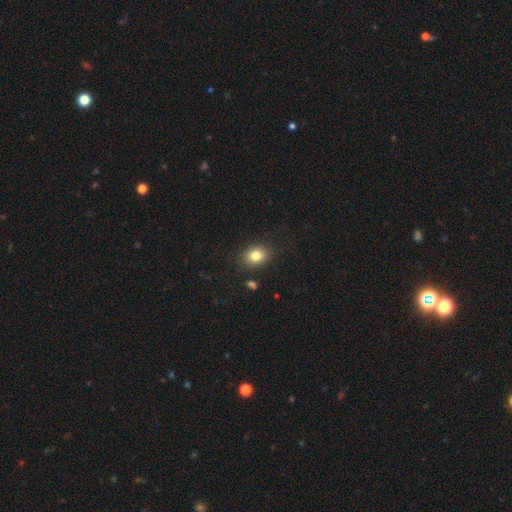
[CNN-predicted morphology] Smooth or featured: smooth — 81% (star or artifact — 10%)
How rounded: in between — 56% (round — 43%)
Merging: none — 86% (minor disturbance — 9%)